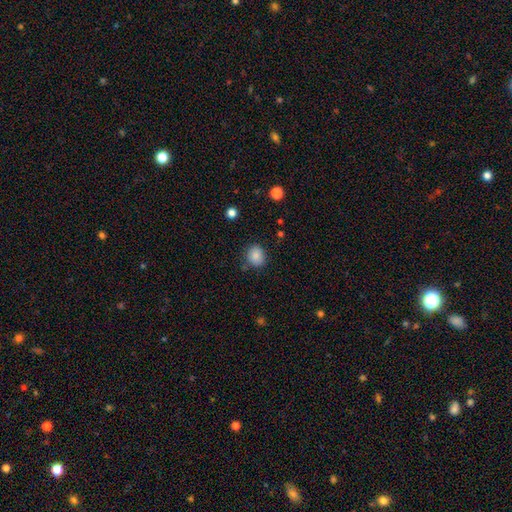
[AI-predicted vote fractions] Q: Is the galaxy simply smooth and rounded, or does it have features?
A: smooth — 85%.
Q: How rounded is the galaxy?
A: round — 73%.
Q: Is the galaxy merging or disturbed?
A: none — 78%.